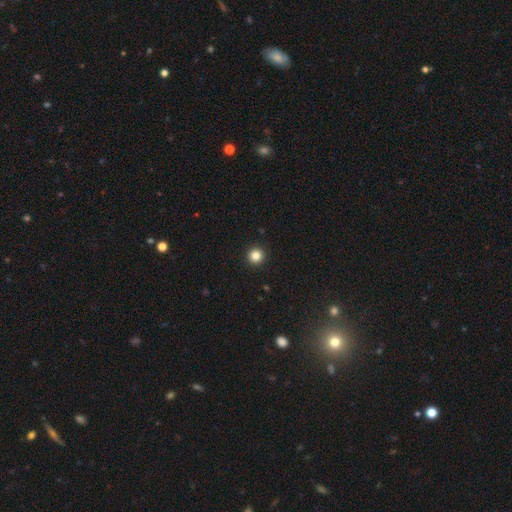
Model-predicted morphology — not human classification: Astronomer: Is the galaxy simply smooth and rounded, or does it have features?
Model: smooth — 84%.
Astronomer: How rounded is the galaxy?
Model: round — 96%.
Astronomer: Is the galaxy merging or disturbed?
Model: none — 94%.